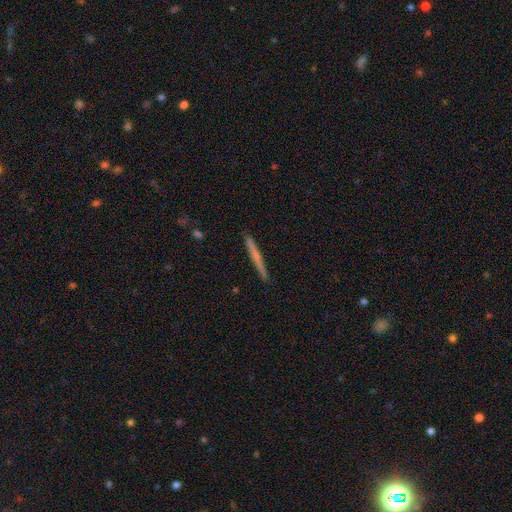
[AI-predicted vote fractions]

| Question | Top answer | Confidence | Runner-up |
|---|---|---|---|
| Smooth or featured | featured or disk | 52% | smooth (42%) |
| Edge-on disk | yes | 97% | no (3%) |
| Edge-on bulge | none | 59% | rounded (36%) |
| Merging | none | 91% | minor disturbance (6%) |